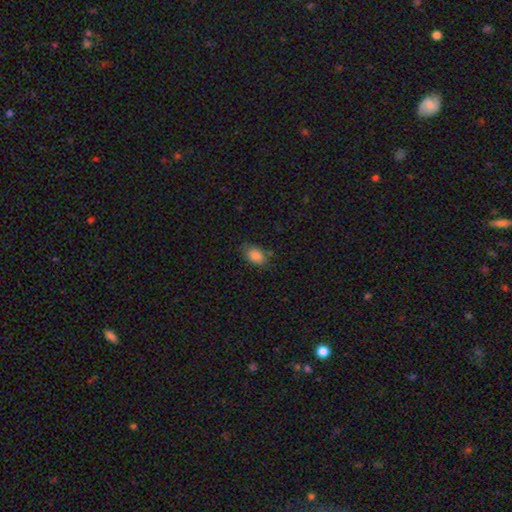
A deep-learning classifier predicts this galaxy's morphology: A smooth galaxy with no disk features (86%) that is in between round and cigar-shaped (88%). Merging: none (73%).